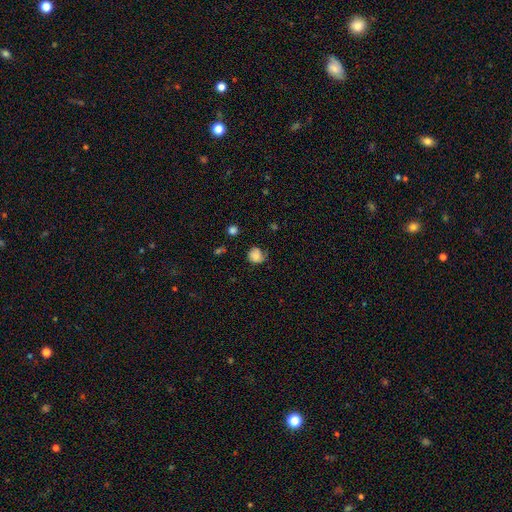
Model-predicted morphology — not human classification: smooth_or_featured: smooth (p=0.74) [alt: featured or disk p=0.15]
how_rounded: round (p=0.76) [alt: in between p=0.23]
merging: none (p=0.55) [alt: minor disturbance p=0.31]